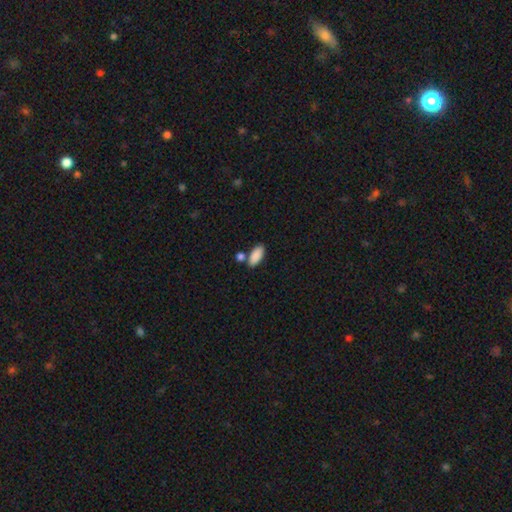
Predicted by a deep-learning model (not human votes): This is clearly a smooth galaxy (89%). How rounded: clearly in between (88%). Merging: likely none (69%).